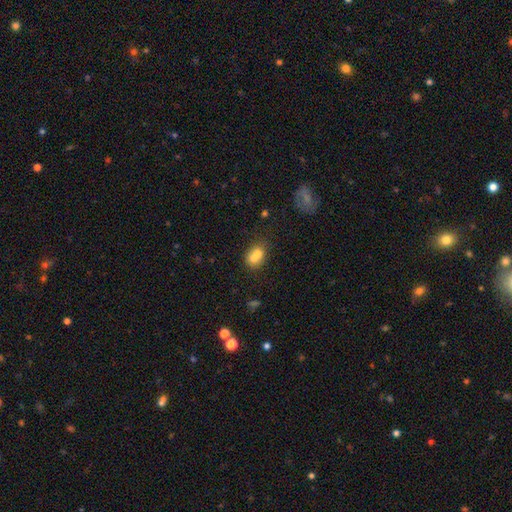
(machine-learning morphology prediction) Smooth or featured?
  - smooth: 67% *
  - featured or disk: 22%
  - star or artifact: 11%
How rounded?
  - round: 61% *
  - in between: 38%
  - cigar-shaped: 1%
Merging?
  - merger: 65% *
  - none: 26%
  - minor disturbance: 6%
  - major disturbance: 3%